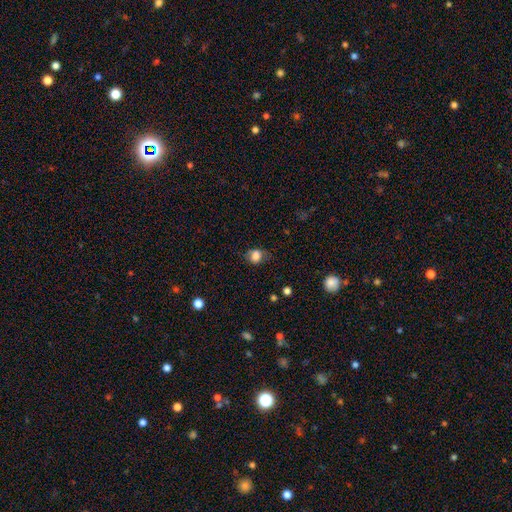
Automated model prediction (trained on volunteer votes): This is likely a smooth galaxy (79%). How rounded: possibly in between (49%, tied with round). Merging: likely none (65%).